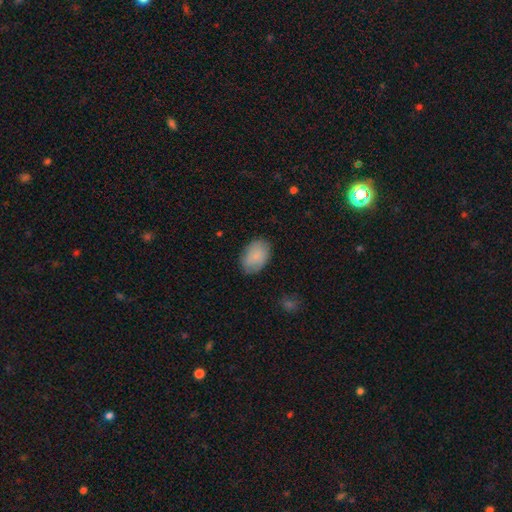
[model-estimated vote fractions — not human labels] Smooth or featured?
  - smooth: 86% *
  - featured or disk: 8%
  - star or artifact: 6%
How rounded?
  - in between: 85% *
  - round: 14%
  - cigar-shaped: 1%
Merging?
  - none: 82% *
  - minor disturbance: 13%
  - major disturbance: 3%
  - merger: 1%